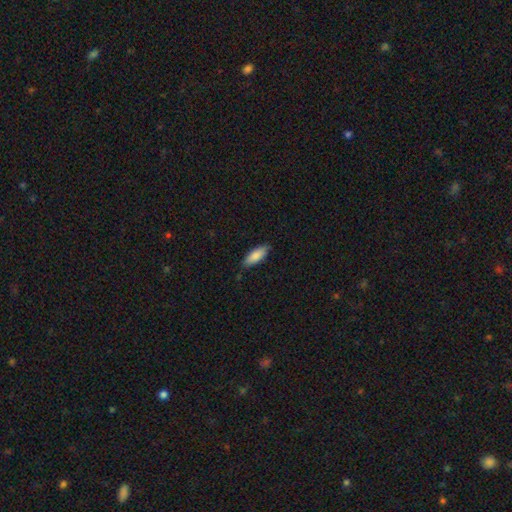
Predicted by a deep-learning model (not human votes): Smooth or featured?
  - smooth: 85% *
  - featured or disk: 9%
  - star or artifact: 6%
How rounded?
  - in between: 68% *
  - cigar-shaped: 30%
  - round: 2%
Merging?
  - none: 82% *
  - minor disturbance: 14%
  - major disturbance: 2%
  - merger: 1%